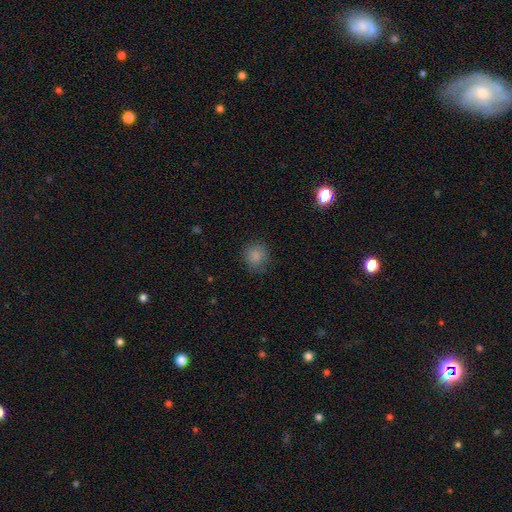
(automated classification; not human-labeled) This is clearly a smooth galaxy (86%). How rounded: clearly round (87%). Merging: clearly none (81%).